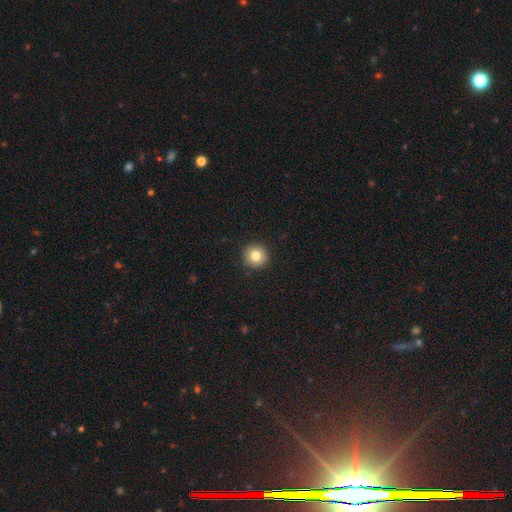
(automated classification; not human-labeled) Smooth or featured? Predicted: smooth (p=0.81). How rounded? Predicted: round (p=0.95). Merging? Predicted: none (p=0.92).